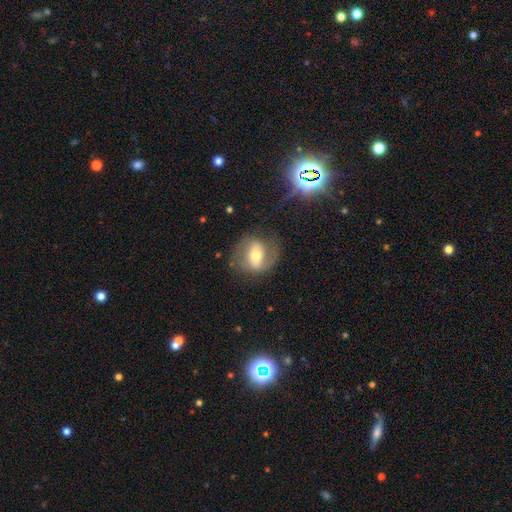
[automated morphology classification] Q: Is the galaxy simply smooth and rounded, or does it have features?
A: featured or disk — 57%.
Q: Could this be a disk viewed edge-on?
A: no — 93%.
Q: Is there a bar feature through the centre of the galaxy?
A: strong — 40%.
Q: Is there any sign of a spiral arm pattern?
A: yes — 69%.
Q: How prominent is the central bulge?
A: moderate — 60%.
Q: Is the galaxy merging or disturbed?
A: none — 66%.